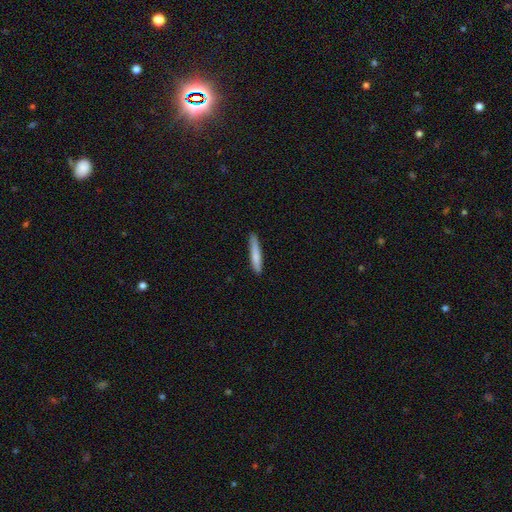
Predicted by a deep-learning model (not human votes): Smooth or featured? smooth (78%)
How rounded? cigar-shaped (93%)
Merging? none (87%)